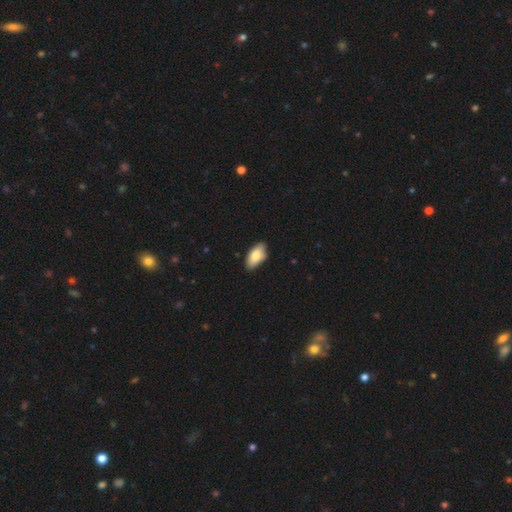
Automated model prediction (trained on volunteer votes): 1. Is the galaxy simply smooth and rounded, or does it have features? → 82% smooth, 12% featured or disk, 6% star or artifact.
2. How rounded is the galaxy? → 93% in between, 4% cigar-shaped, 2% round.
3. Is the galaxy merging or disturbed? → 81% none, 16% minor disturbance, 2% major disturbance, 1% merger.